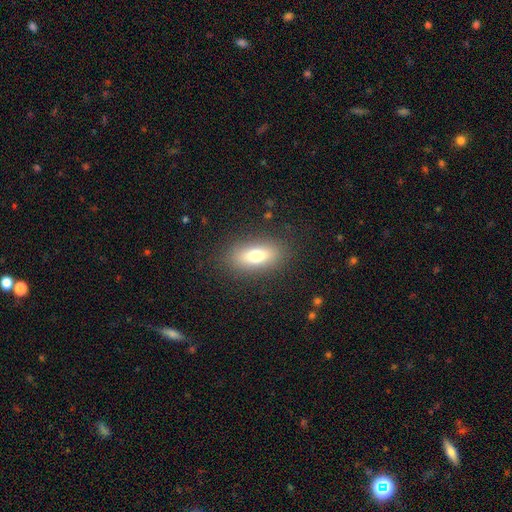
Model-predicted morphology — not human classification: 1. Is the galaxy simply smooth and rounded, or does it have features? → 71% smooth, 19% featured or disk, 10% star or artifact.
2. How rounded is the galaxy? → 77% in between, 16% cigar-shaped, 7% round.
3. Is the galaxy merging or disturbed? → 86% none, 9% minor disturbance, 4% major disturbance, 1% merger.